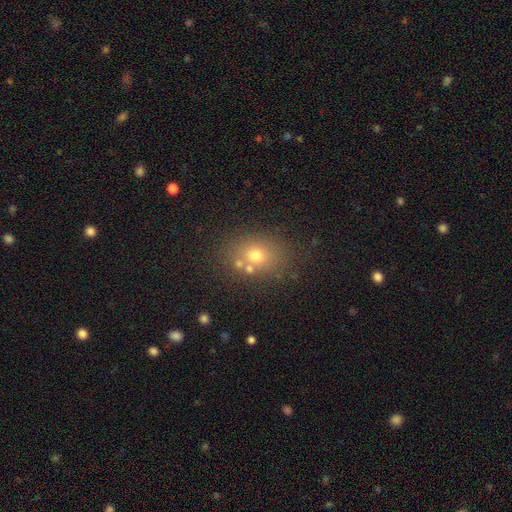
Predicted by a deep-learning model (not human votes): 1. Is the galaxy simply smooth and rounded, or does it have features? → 68% smooth, 16% star or artifact, 16% featured or disk.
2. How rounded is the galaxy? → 57% round, 42% in between, 1% cigar-shaped.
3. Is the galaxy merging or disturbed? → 68% none, 15% merger, 12% minor disturbance, 5% major disturbance.